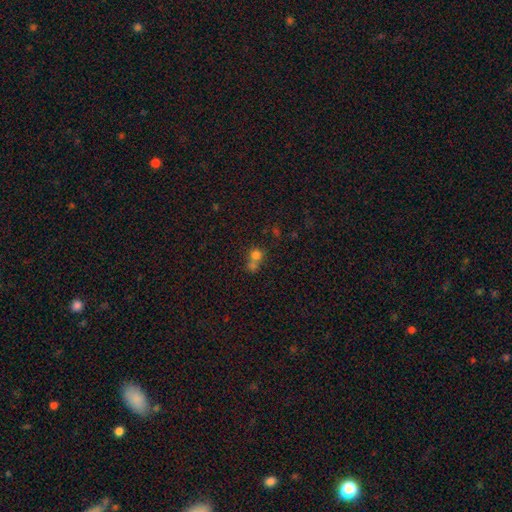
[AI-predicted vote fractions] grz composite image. It shows a smooth galaxy with no disk features (74%) that is round (82%). Merging: merger (54%).